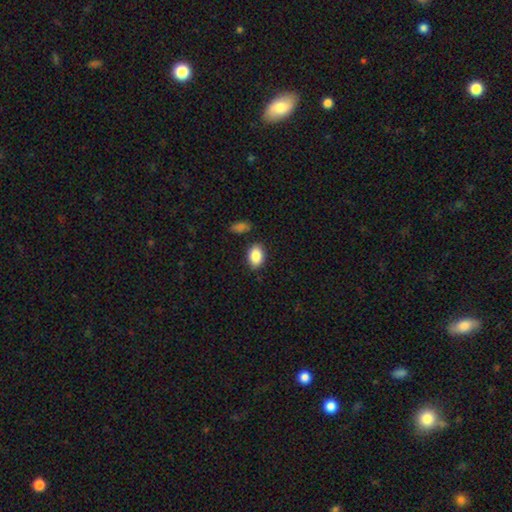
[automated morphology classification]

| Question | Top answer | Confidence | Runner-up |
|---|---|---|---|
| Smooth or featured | smooth | 87% | star or artifact (7%) |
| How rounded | in between | 84% | round (15%) |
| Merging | none | 84% | minor disturbance (11%) |